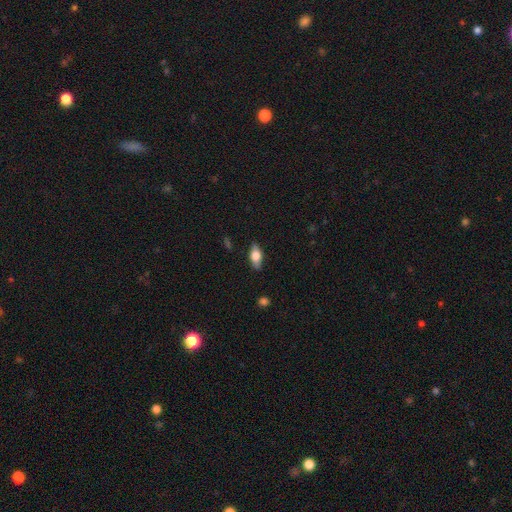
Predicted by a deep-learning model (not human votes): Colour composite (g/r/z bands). It shows a smooth galaxy with no disk features (67%) that is in between round and cigar-shaped (83%). Merging: none (85%).